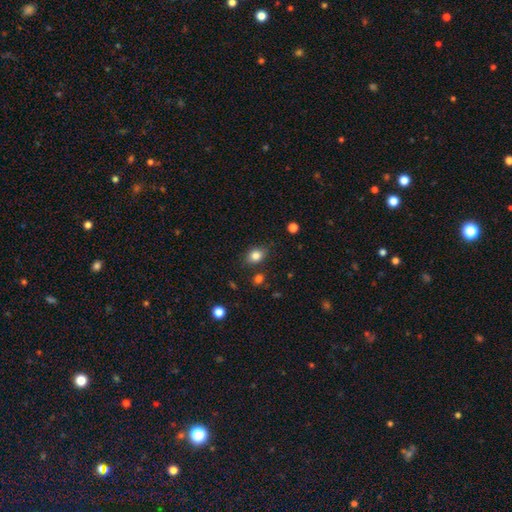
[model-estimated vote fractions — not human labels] Smooth or featured? smooth (83%)
How rounded? in between (61%)
Merging? none (80%)